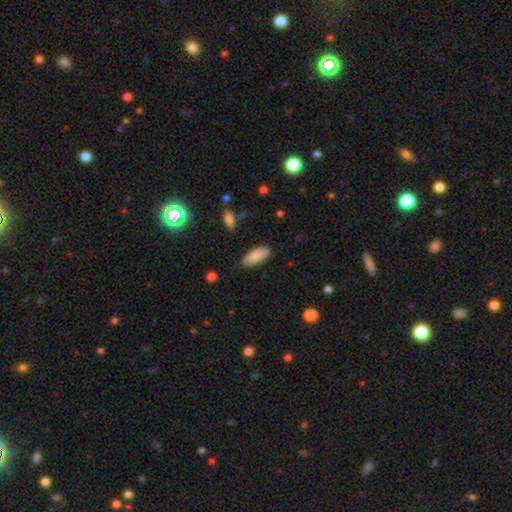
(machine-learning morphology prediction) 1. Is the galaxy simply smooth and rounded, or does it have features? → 86% smooth, 8% featured or disk, 6% star or artifact.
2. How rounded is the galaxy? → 83% in between, 15% cigar-shaped, 2% round.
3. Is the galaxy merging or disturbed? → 83% none, 13% minor disturbance, 3% major disturbance, 2% merger.